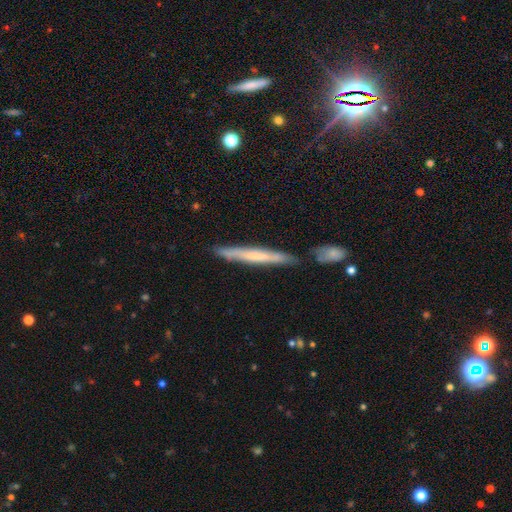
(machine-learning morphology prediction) Overall: smooth (48%; featured or disk 45%). Merging: none (75%).